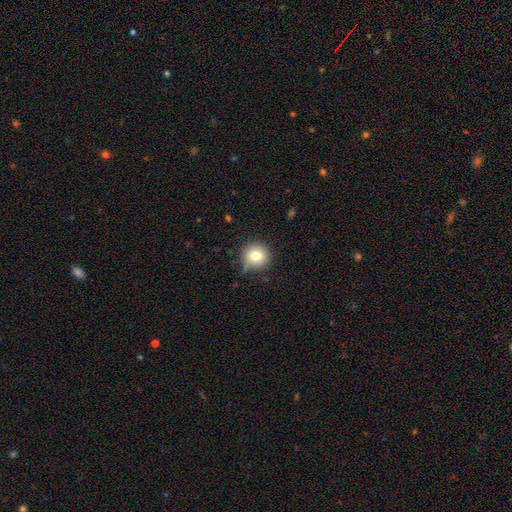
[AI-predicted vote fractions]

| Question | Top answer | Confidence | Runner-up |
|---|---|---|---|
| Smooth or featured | smooth | 79% | star or artifact (11%) |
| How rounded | round | 93% | in between (6%) |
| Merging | none | 70% | minor disturbance (22%) |